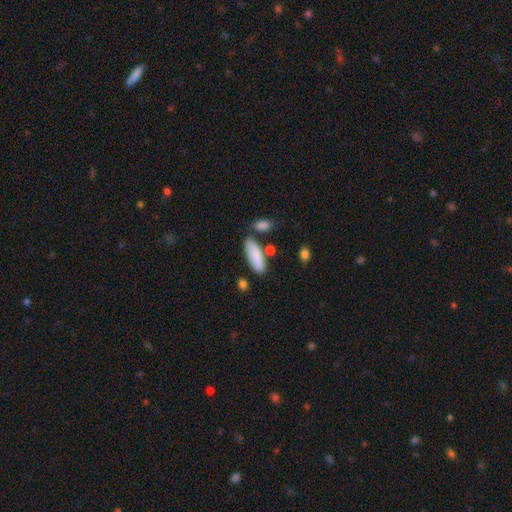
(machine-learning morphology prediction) Overall: smooth (86%). How rounded: in between (68%; cigar-shaped 29%). Merging: none (72%).